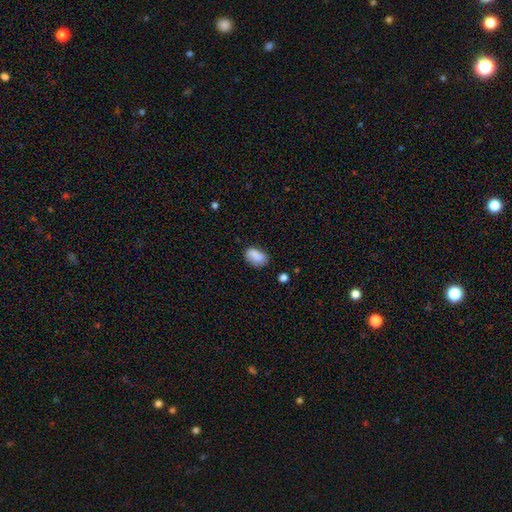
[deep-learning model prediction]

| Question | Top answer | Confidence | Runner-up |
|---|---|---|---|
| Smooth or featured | smooth | 85% | star or artifact (8%) |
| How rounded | in between | 90% | round (8%) |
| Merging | none | 72% | minor disturbance (21%) |